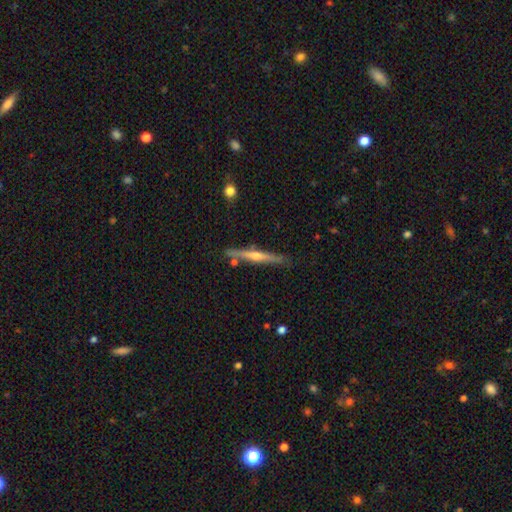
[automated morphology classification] Smooth or featured? Predicted: featured or disk (p=0.73). Edge-on disk? Predicted: yes (p=0.98). Edge-on bulge? Predicted: rounded (p=0.84). Merging? Predicted: none (p=0.86).